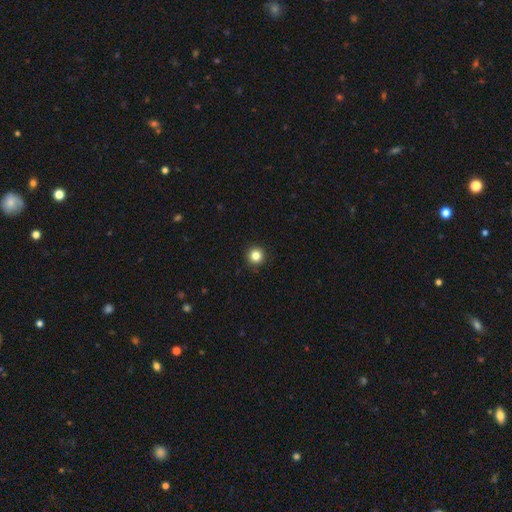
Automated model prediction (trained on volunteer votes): Smooth or featured: smooth — 83% (star or artifact — 12%)
How rounded: round — 96% (in between — 3%)
Merging: none — 93% (minor disturbance — 5%)